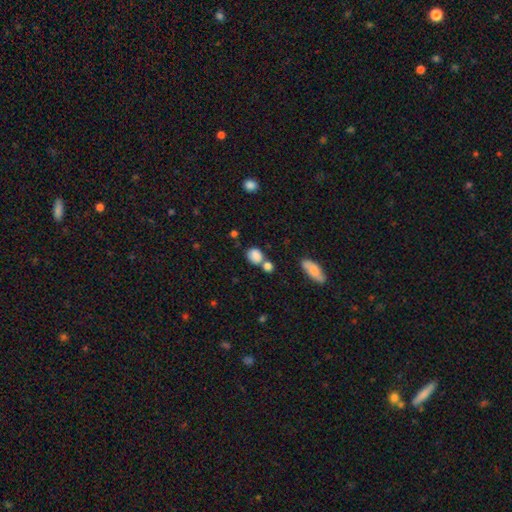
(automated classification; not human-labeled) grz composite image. It shows a smooth galaxy with no disk features (84%) that is round (58%). Merging: none (51%).